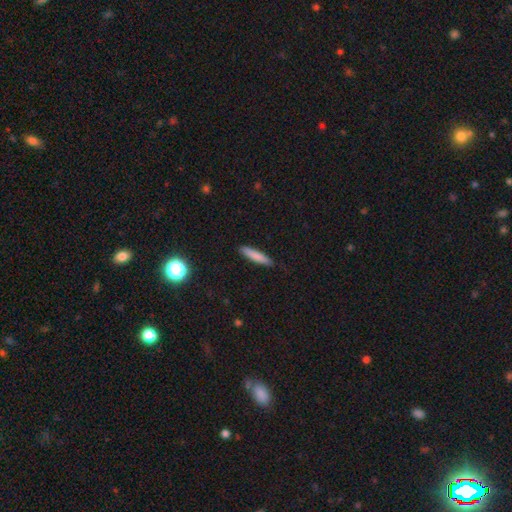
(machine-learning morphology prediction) type=smooth (81%); roundness=cigar-shaped (88%); merging=none (86%).